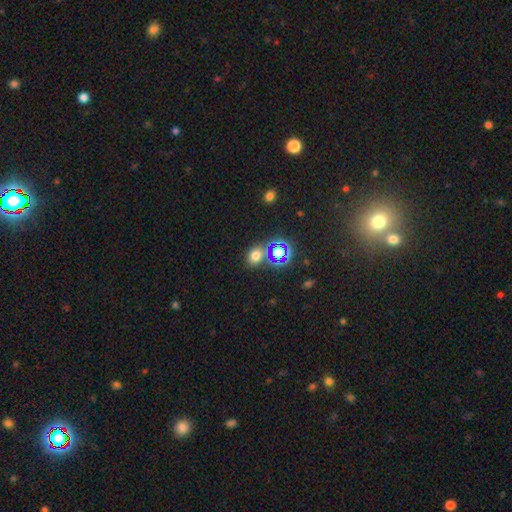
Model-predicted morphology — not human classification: Smooth or featured?
  - smooth: 63% *
  - star or artifact: 30%
  - featured or disk: 8%
How rounded?
  - round: 51% *
  - in between: 48%
  - cigar-shaped: 1%
Merging?
  - none: 72% *
  - merger: 13%
  - minor disturbance: 11%
  - major disturbance: 4%